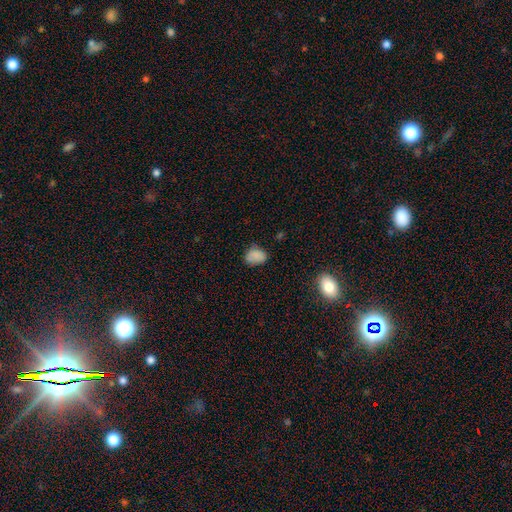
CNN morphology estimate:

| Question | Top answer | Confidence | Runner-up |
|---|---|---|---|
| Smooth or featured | smooth | 83% | star or artifact (11%) |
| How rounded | in between | 66% | round (33%) |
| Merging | none | 68% | minor disturbance (25%) |